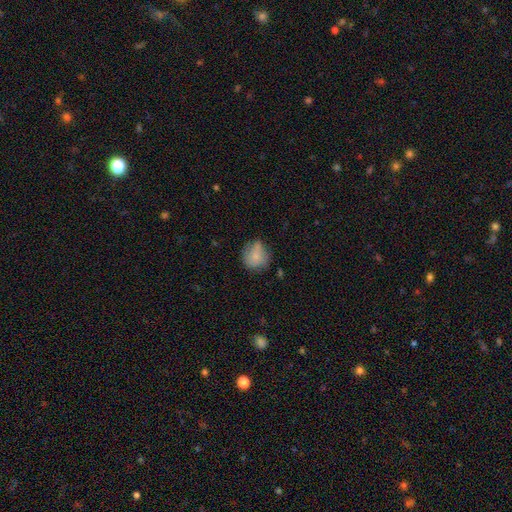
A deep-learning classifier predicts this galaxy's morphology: Smooth or featured? Predicted: smooth (p=0.77). How rounded? Predicted: round (p=0.84). Merging? Predicted: none (p=0.61).